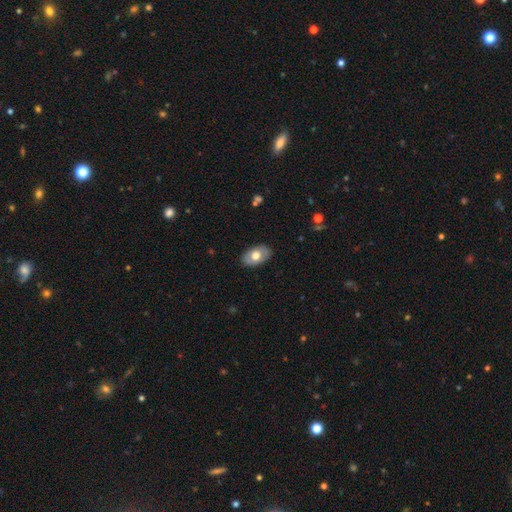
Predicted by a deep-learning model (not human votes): A smooth galaxy with no disk features (62%) that is in between round and cigar-shaped (91%).

Vote fractions:
- Smooth or featured? smooth: 62% / featured or disk: 32% / star or artifact: 6%
- How rounded? in between: 91% / round: 8% / cigar-shaped: 1%
- Merging? none: 85% / minor disturbance: 11% / major disturbance: 2% / merger: 1%